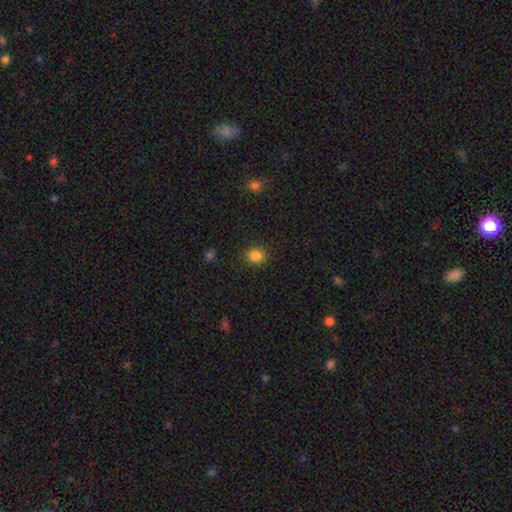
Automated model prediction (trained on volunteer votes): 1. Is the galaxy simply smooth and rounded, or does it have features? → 85% smooth, 11% star or artifact, 4% featured or disk.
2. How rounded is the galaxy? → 65% round, 34% in between, 1% cigar-shaped.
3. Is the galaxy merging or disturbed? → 88% none, 8% minor disturbance, 3% major disturbance, 1% merger.